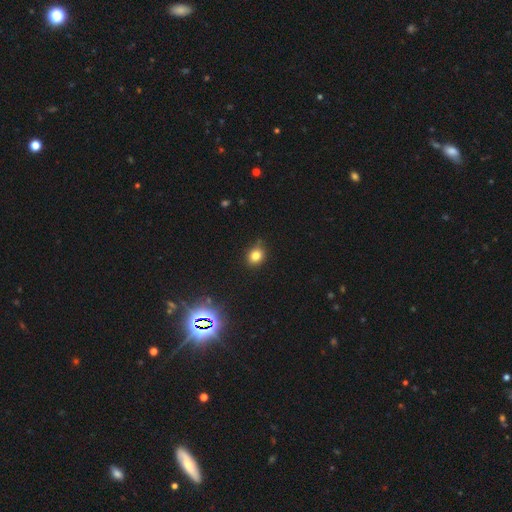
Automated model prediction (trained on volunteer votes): smooth 79%, star or artifact 14%, featured or disk 7%. Down the decision tree: how rounded — round (61%); merging — none (76%).